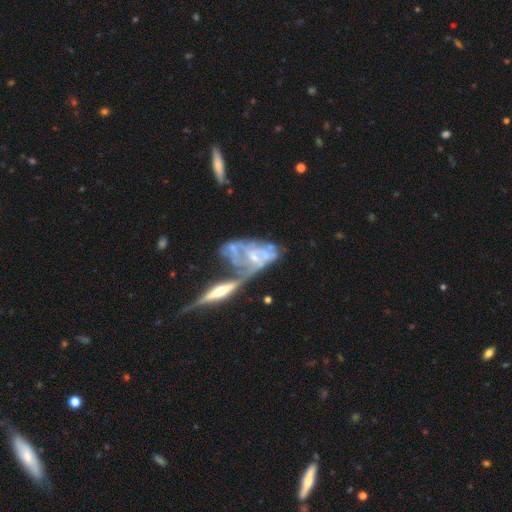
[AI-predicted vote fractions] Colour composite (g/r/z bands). It shows a featured or disk galaxy (77%) with no bar (69%), spiral arms (58%) and a small central bulge (52%). Merging: merger (48%).